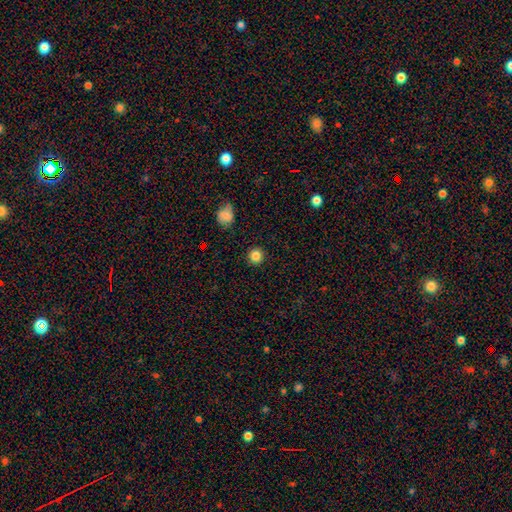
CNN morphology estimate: Smooth or featured?
  - smooth: 85% *
  - star or artifact: 11%
  - featured or disk: 4%
How rounded?
  - round: 93% *
  - in between: 7%
  - cigar-shaped: 1%
Merging?
  - none: 91% *
  - minor disturbance: 6%
  - major disturbance: 2%
  - merger: 1%